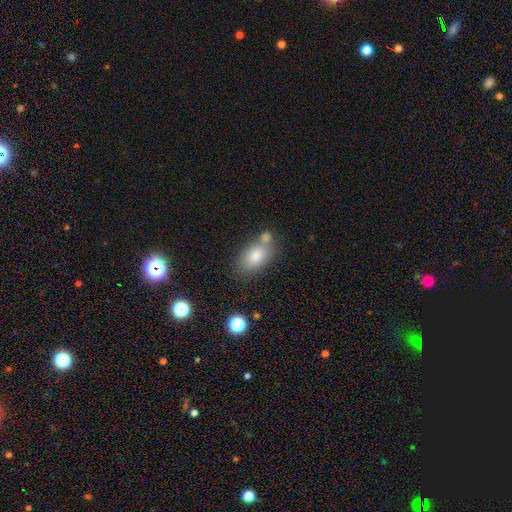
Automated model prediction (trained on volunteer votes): smooth-or-featured: smooth: 77% | featured or disk: 12% | star or artifact: 10%
  how-rounded: in between: 86% | round: 11% | cigar-shaped: 3%
  merging: none: 60% | merger: 20% | minor disturbance: 15% | major disturbance: 5%